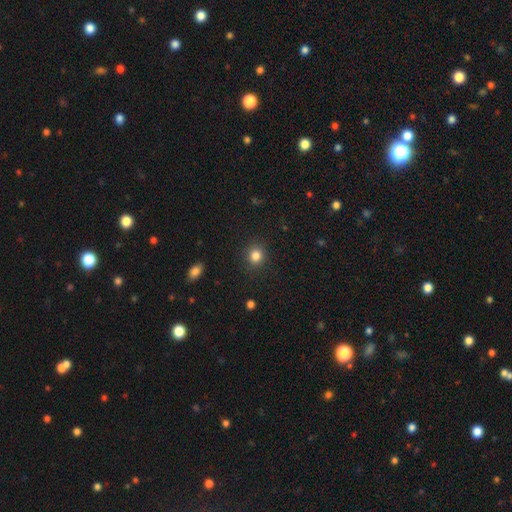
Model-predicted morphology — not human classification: Smooth or featured: smooth — 84% (star or artifact — 11%)
How rounded: round — 81% (in between — 18%)
Merging: none — 89% (minor disturbance — 7%)